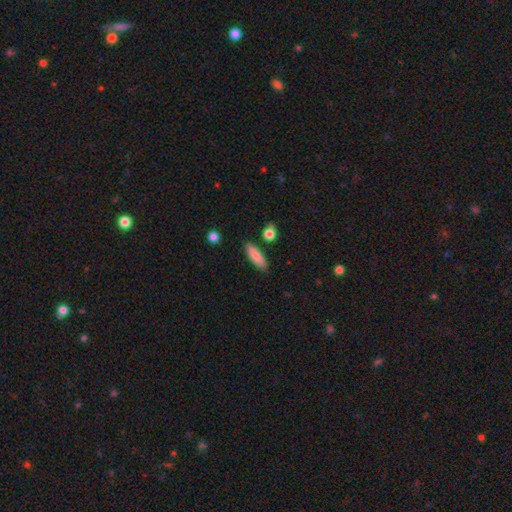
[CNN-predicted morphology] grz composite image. It shows a smooth galaxy with no disk features (86%) that is in between round and cigar-shaped (52%). Merging: none (85%).